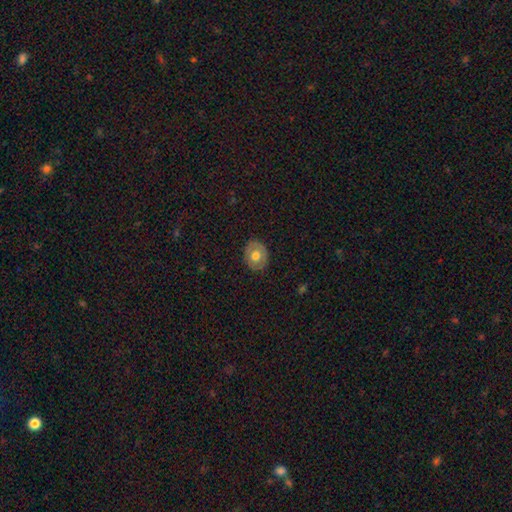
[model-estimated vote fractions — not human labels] Smooth or featured? Predicted: smooth (p=0.65). How rounded? Predicted: round (p=0.57). Merging? Predicted: none (p=0.86).